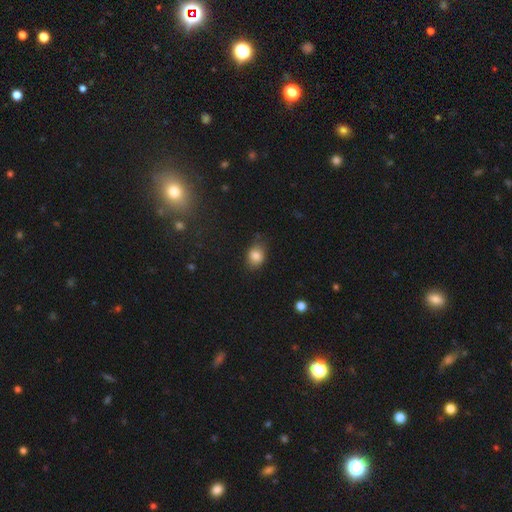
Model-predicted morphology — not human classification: Overall: smooth (83%). How rounded: in between (62%; round 37%). Merging: none (73%).